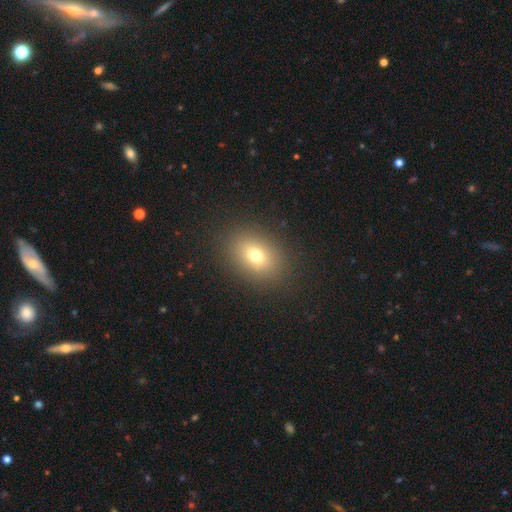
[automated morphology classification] Smooth or featured? smooth (73%)
How rounded? in between (71%)
Merging? none (88%)